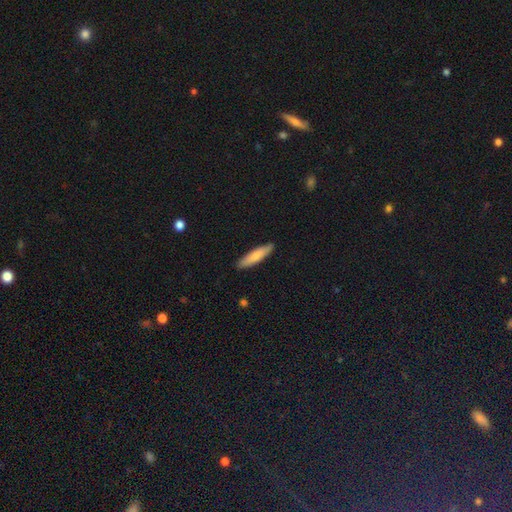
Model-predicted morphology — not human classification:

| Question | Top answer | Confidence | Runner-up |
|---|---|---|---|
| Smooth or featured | smooth | 76% | featured or disk (19%) |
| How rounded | cigar-shaped | 76% | in between (23%) |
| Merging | none | 88% | minor disturbance (9%) |